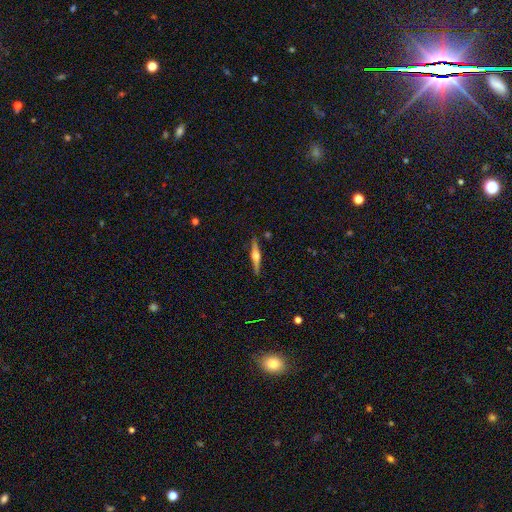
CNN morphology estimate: type=featured or disk (78%); edge-on=yes (98%); edge-on bulge=rounded (89%); merging=none (89%).